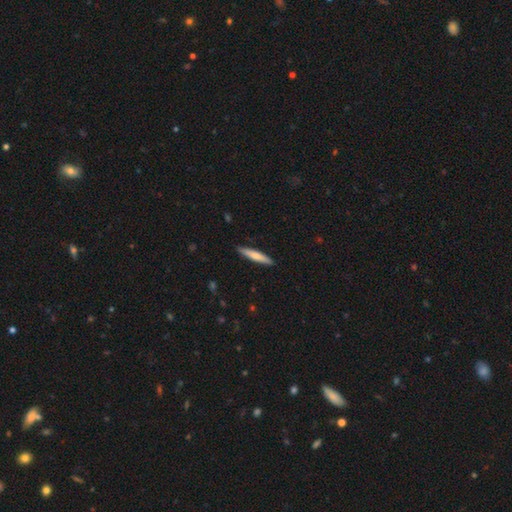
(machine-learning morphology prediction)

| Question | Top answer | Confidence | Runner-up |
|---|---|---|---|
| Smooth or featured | smooth | 66% | featured or disk (29%) |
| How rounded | cigar-shaped | 92% | in between (7%) |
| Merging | none | 90% | minor disturbance (8%) |